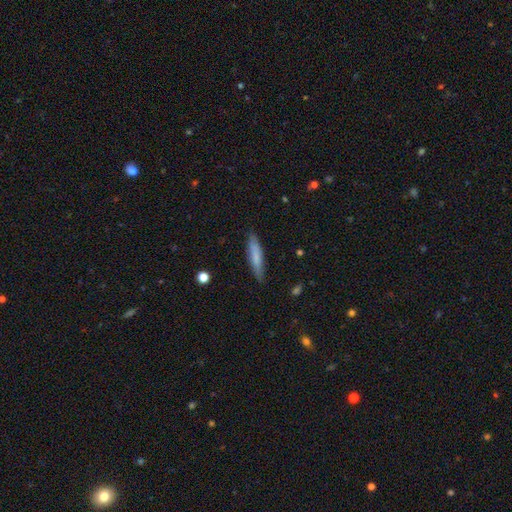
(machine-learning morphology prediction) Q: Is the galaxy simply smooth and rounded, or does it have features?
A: smooth — 71%.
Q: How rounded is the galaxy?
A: cigar-shaped — 88%.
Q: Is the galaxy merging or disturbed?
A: none — 86%.